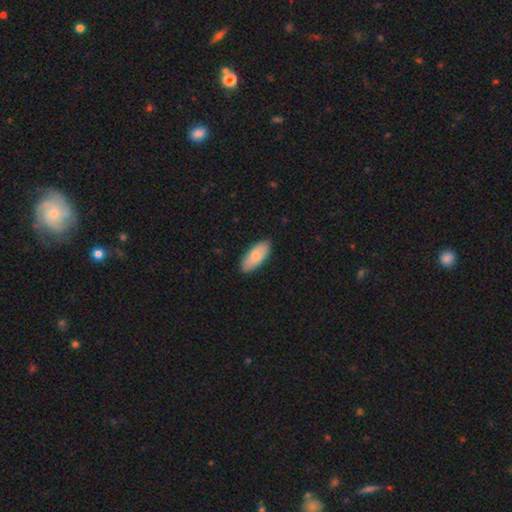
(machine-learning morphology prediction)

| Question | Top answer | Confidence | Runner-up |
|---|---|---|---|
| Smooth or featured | smooth | 82% | featured or disk (13%) |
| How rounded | in between | 86% | cigar-shaped (12%) |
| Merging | none | 88% | minor disturbance (10%) |